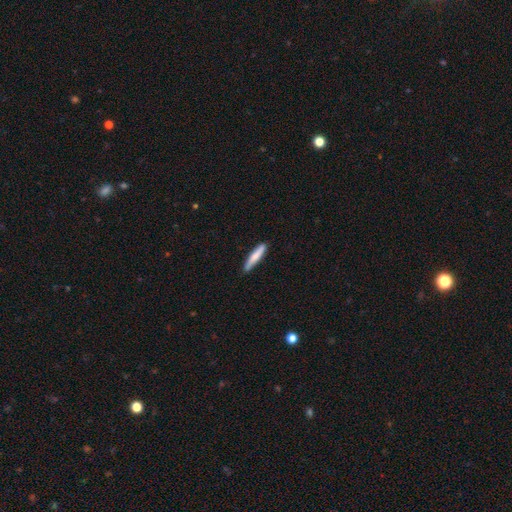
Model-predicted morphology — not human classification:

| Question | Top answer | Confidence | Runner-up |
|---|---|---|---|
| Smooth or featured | smooth | 70% | featured or disk (25%) |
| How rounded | cigar-shaped | 91% | in between (8%) |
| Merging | none | 85% | minor disturbance (12%) |